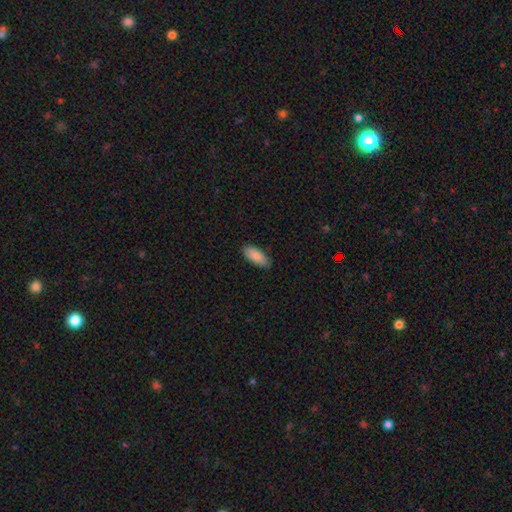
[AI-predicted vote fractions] smooth-or-featured: smooth: 89% | star or artifact: 6% | featured or disk: 5%
  how-rounded: in between: 80% | cigar-shaped: 19% | round: 2%
  merging: none: 87% | minor disturbance: 10% | major disturbance: 2% | merger: 1%